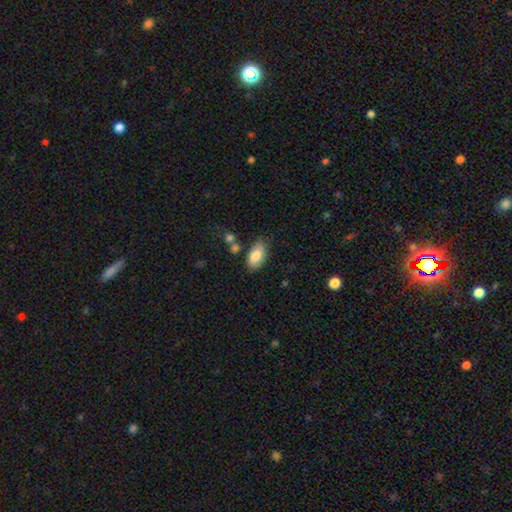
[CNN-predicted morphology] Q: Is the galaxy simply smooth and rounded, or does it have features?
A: smooth — 81%.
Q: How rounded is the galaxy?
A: in between — 92%.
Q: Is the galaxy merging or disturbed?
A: none — 66%.